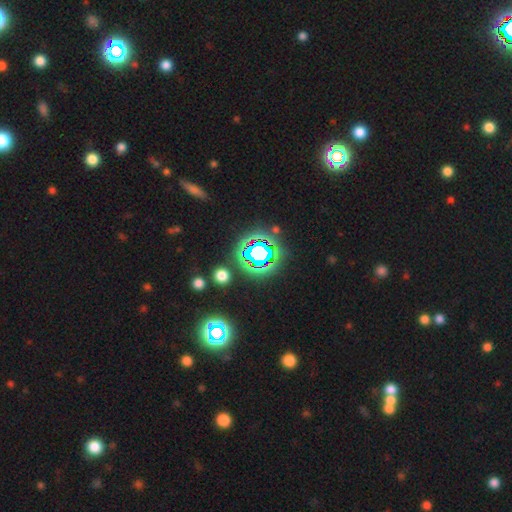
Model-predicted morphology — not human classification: This is likely a star or artifact rather than a galaxy (73%).